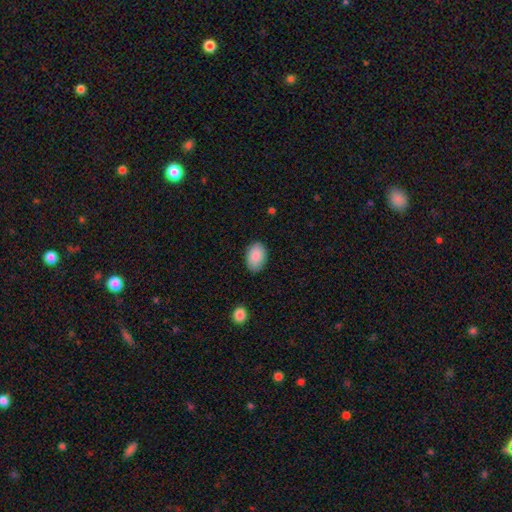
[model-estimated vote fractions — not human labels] smooth-or-featured: smooth: 89% | star or artifact: 6% | featured or disk: 5%
  how-rounded: in between: 90% | round: 9% | cigar-shaped: 1%
  merging: none: 85% | minor disturbance: 12% | major disturbance: 2% | merger: 1%